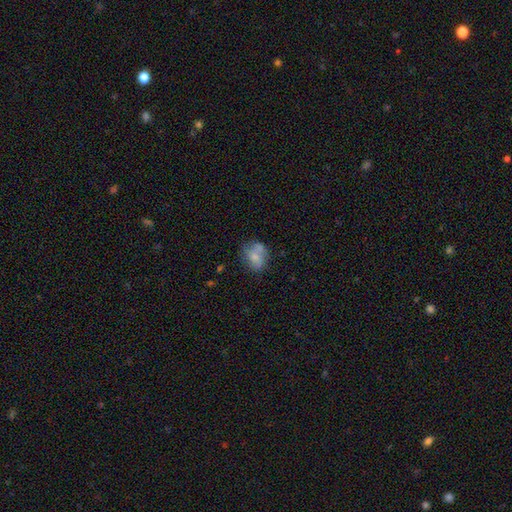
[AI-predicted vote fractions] smooth_or_featured: smooth (p=0.62) [alt: featured or disk p=0.29]
how_rounded: in between (p=0.57) [alt: round p=0.42]
merging: none (p=0.44) [alt: minor disturbance p=0.25]